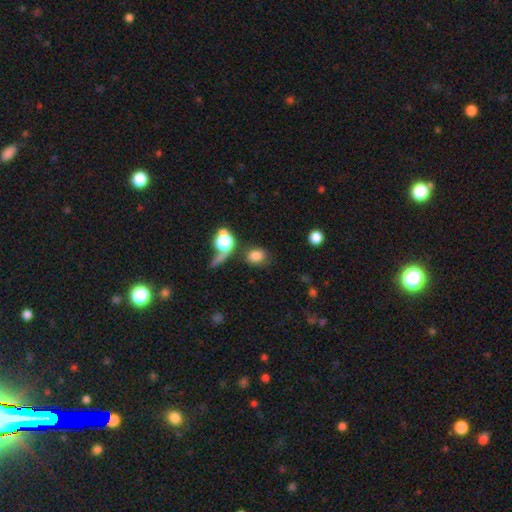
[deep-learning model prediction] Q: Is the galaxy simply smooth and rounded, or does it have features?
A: smooth — 77%.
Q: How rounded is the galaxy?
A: in between — 52%.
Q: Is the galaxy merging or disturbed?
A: none — 61%.